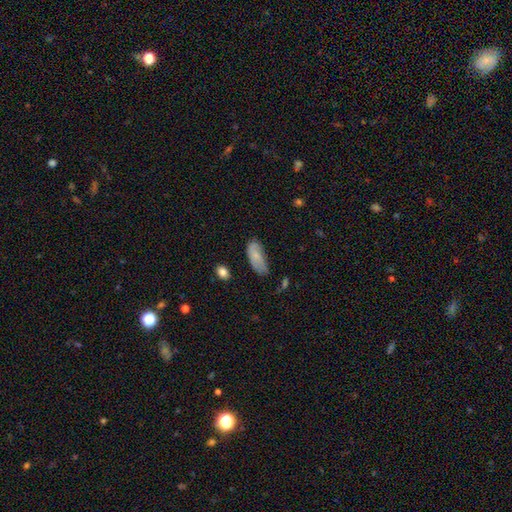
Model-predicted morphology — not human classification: type=smooth (78%); roundness=in between (85%); merging=none (55%).